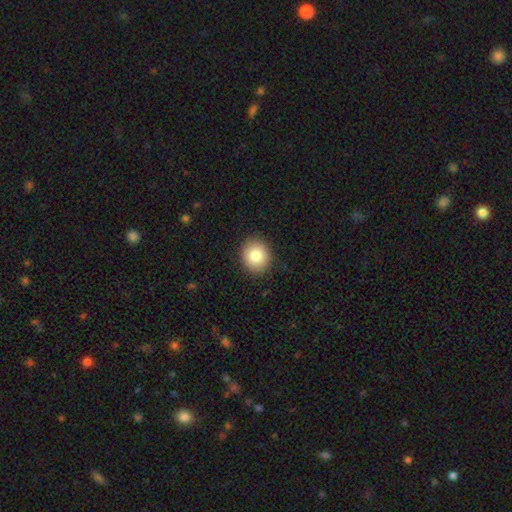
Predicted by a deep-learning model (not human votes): This is clearly a smooth galaxy (84%). How rounded: likely round (77%). Merging: clearly none (90%).